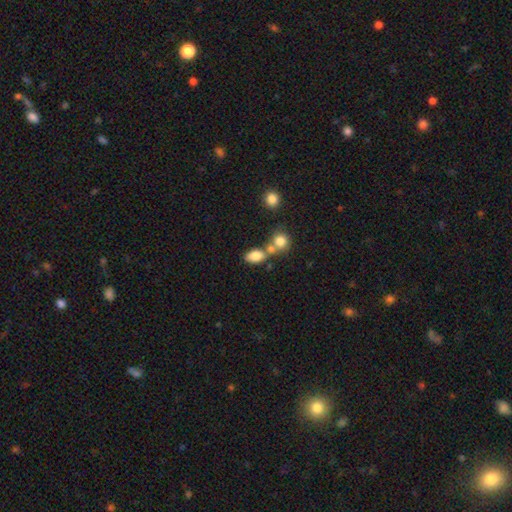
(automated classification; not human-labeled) This is clearly a smooth galaxy (81%). How rounded: clearly in between (83%). Merging: possibly none (48%).